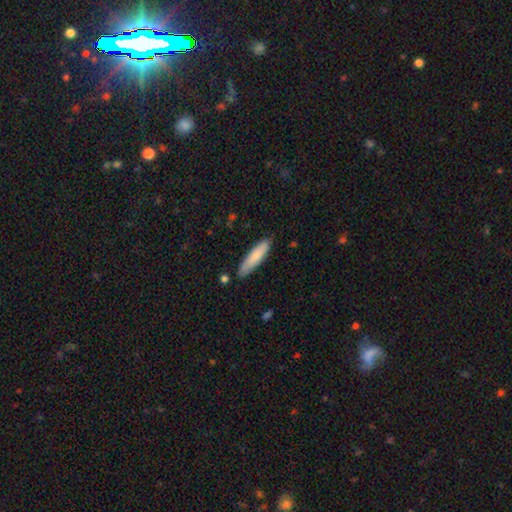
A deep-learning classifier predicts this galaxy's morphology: Smooth or featured? Predicted: smooth (p=0.79). How rounded? Predicted: cigar-shaped (p=0.72). Merging? Predicted: none (p=0.81).